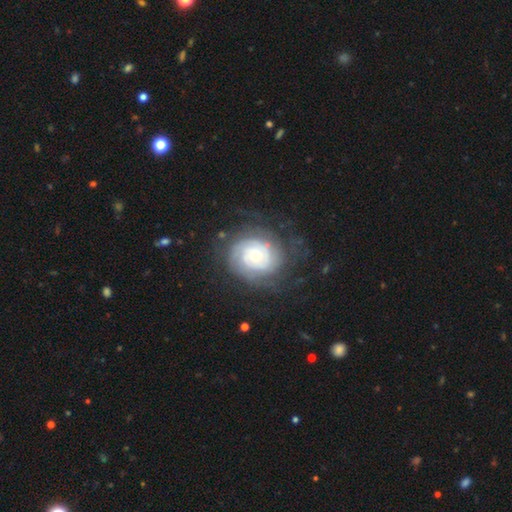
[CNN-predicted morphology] This appears to be a featured or disk galaxy (77%) with no bar (78%), tight (75%) spiral arms (92%) and a small central bulge (57%). Merging: none (68%).